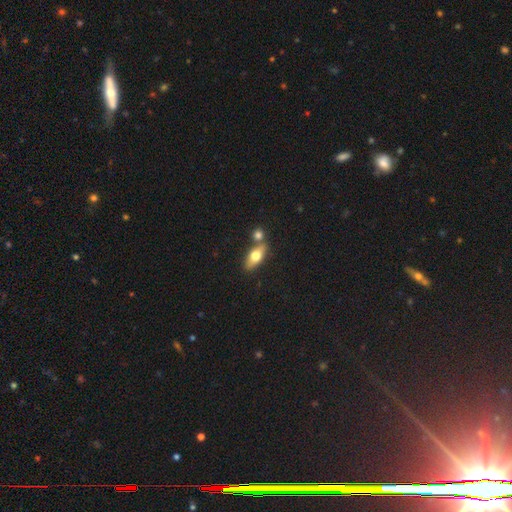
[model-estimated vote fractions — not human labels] The model was most divided on "merging": none: 60%, merger: 26%, minor disturbance: 10%, major disturbance: 3%. More confident: how rounded — in between (72%); smooth or featured — smooth (64%).